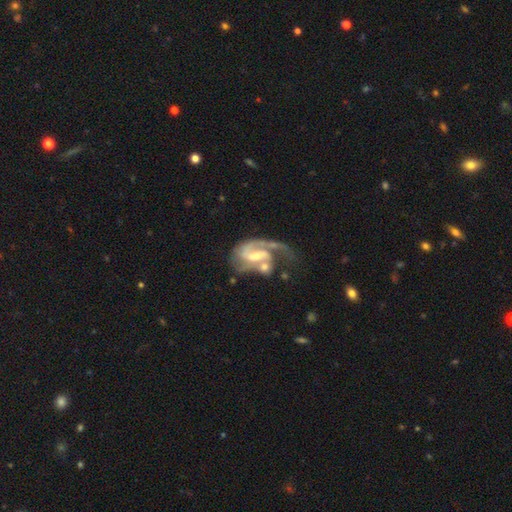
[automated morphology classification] Q: Smooth or featured?
A: featured or disk (86%); runner-up: smooth (9%)
Q: Edge-on disk?
A: no (97%); runner-up: yes (3%)
Q: Bar?
A: weak (48%); runner-up: strong (30%)
Q: Spiral arms?
A: yes (94%); runner-up: no (6%)
Q: Spiral winding?
A: medium (47%); runner-up: loose (31%)
Q: Spiral arm count?
A: 2 (49%); runner-up: 1 (38%)
Q: Bulge size?
A: small (49%); runner-up: moderate (36%)
Q: Merging?
A: major disturbance (33%); runner-up: merger (28%)